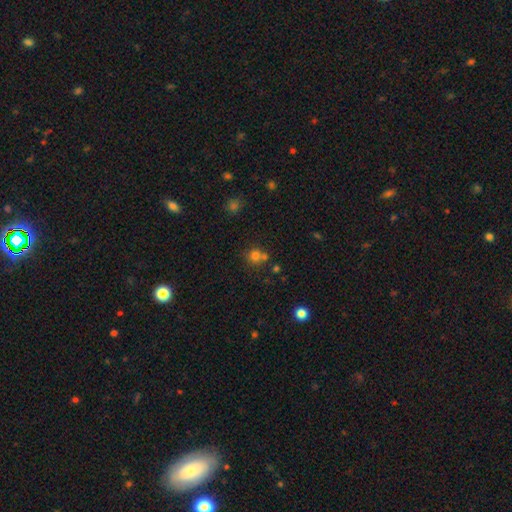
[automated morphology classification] A smooth galaxy with no disk features (73%) that is round (89%).

Vote fractions:
- Smooth or featured? smooth: 73% / star or artifact: 18% / featured or disk: 9%
- How rounded? round: 89% / in between: 11% / cigar-shaped: 1%
- Merging? none: 57% / merger: 31% / minor disturbance: 8% / major disturbance: 3%